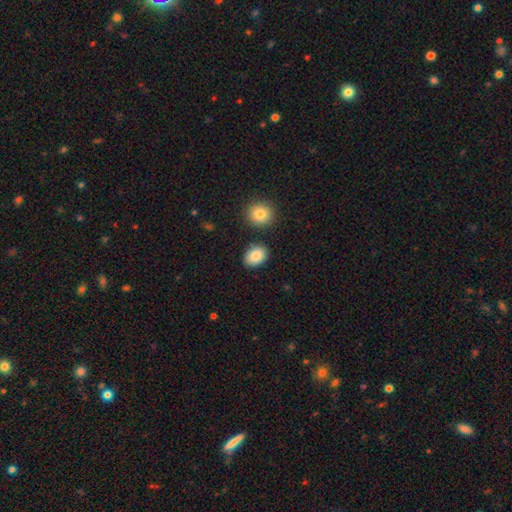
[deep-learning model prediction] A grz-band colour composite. It shows a smooth galaxy with no disk features (87%) that is in between round and cigar-shaped (76%). Merging: none (84%).